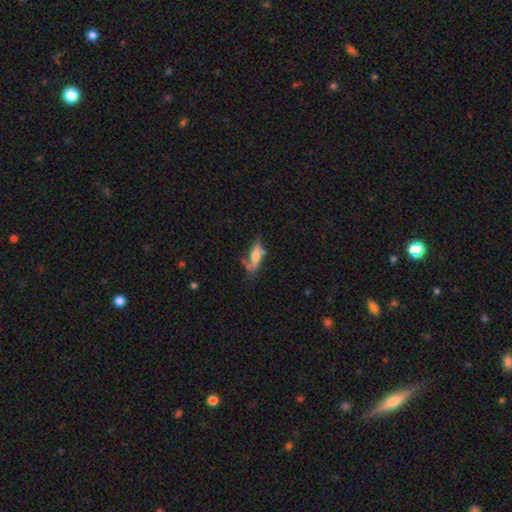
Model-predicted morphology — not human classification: The model was most divided on "how rounded": in between: 49%, cigar-shaped: 48%, round: 3%. Remaining: smooth or featured — smooth (55%); merging — none (44%).